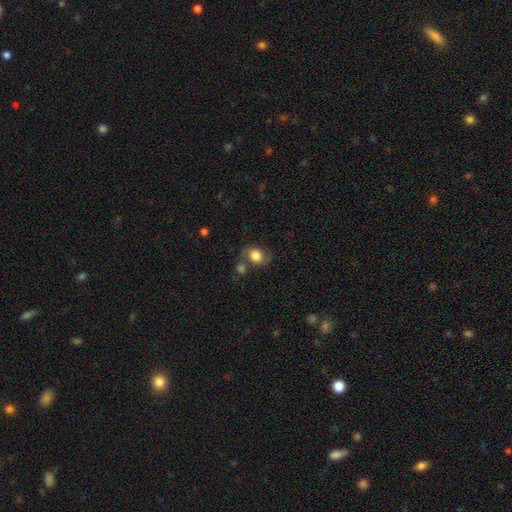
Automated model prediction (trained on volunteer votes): smooth 75%, featured or disk 16%, star or artifact 9%. Down the decision tree: how rounded — round (51%); merging — none (53%).